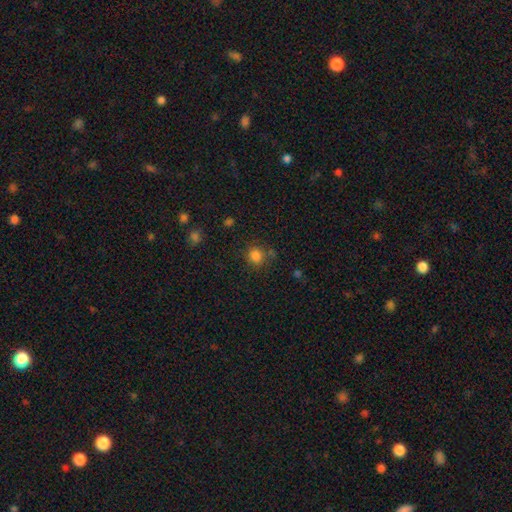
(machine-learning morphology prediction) smooth 82%, star or artifact 13%, featured or disk 5%. Down the decision tree: how rounded — round (80%); merging — none (74%).